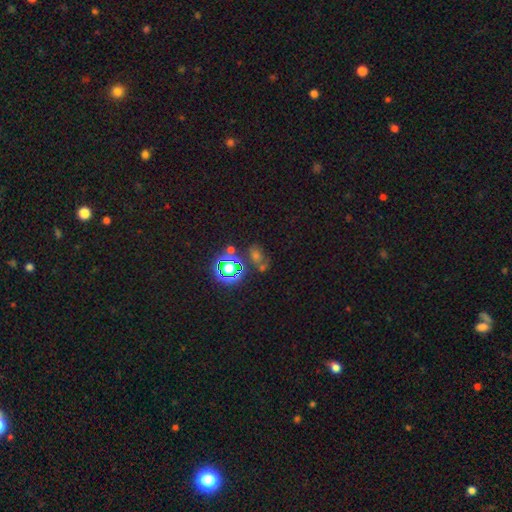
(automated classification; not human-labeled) smooth-or-featured: star or artifact: 49% | smooth: 39% | featured or disk: 12%